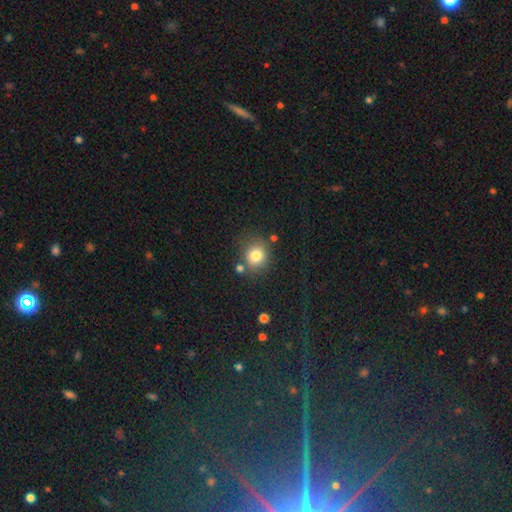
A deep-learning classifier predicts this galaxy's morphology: A smooth galaxy with no disk features (80%) that is round (80%).

Vote fractions:
- Smooth or featured? smooth: 80% / star or artifact: 12% / featured or disk: 8%
- How rounded? round: 80% / in between: 19% / cigar-shaped: 1%
- Merging? none: 73% / minor disturbance: 13% / merger: 10% / major disturbance: 4%